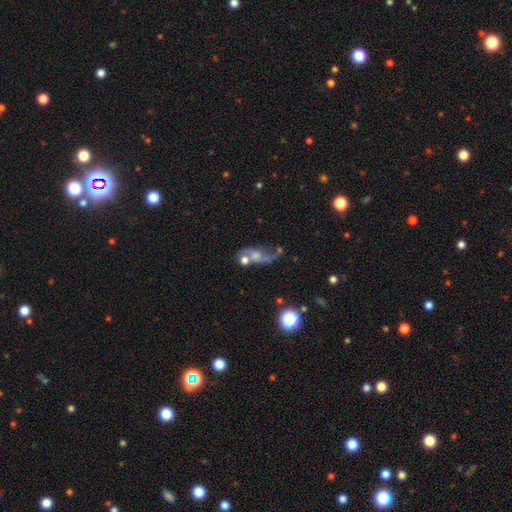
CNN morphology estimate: This is possibly a featured or disk galaxy (59%). It is clearly not viewed edge-on (93%). Bar: likely no (71%). Spiral arm pattern: likely yes (71%). Central bulge: marginally moderate (34%). Merging: marginally merger (29%, tied with none).